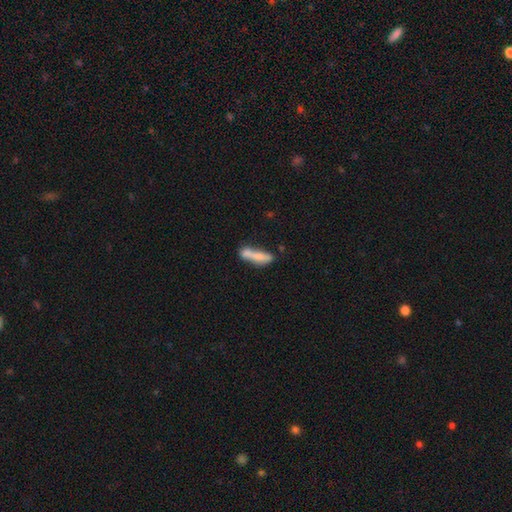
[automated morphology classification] Smooth or featured?
  - smooth: 71% *
  - featured or disk: 21%
  - star or artifact: 8%
How rounded?
  - cigar-shaped: 69% *
  - in between: 29%
  - round: 2%
Merging?
  - none: 42% *
  - merger: 29%
  - minor disturbance: 20%
  - major disturbance: 9%